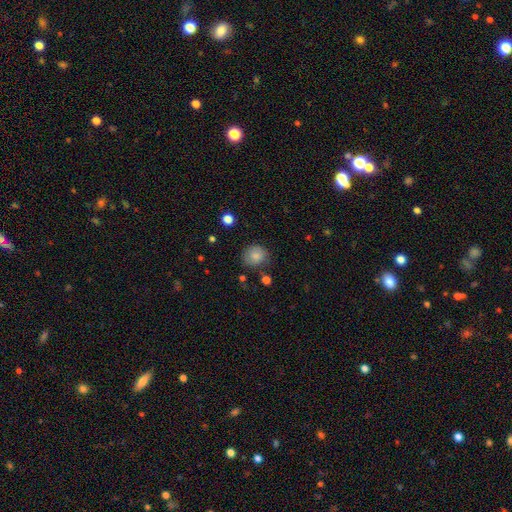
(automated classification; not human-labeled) Smooth or featured?
  - smooth: 81% *
  - featured or disk: 10%
  - star or artifact: 9%
How rounded?
  - round: 81% *
  - in between: 18%
  - cigar-shaped: 1%
Merging?
  - none: 74% *
  - minor disturbance: 18%
  - major disturbance: 5%
  - merger: 3%